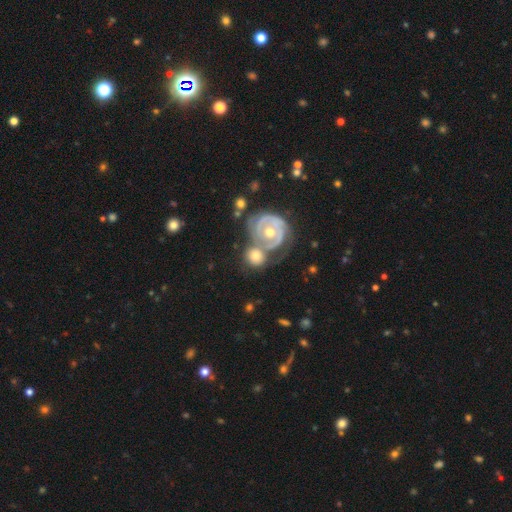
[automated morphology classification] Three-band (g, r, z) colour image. It shows a featured or disk galaxy (49%). Merging: merger (41%).